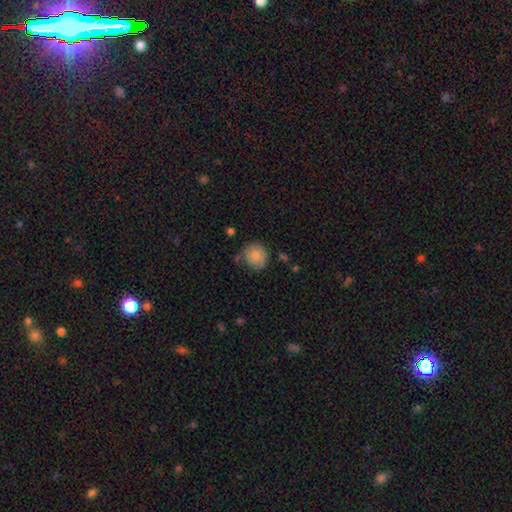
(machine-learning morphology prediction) smooth-or-featured: smooth: 83% | featured or disk: 9% | star or artifact: 8%
  how-rounded: round: 88% | in between: 11% | cigar-shaped: 1%
  merging: none: 70% | minor disturbance: 21% | merger: 5% | major disturbance: 5%